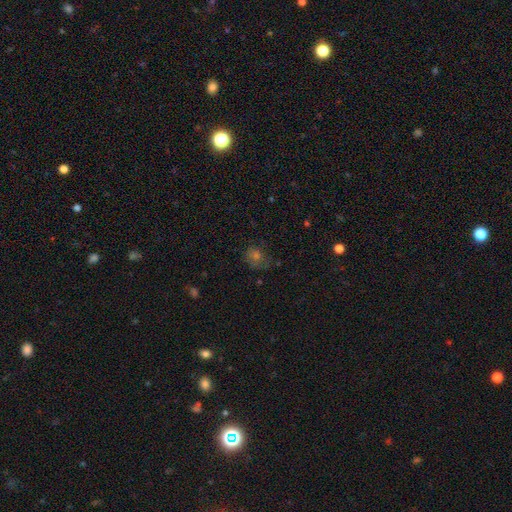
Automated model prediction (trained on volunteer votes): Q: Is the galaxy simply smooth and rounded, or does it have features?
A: smooth — 56%.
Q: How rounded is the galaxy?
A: round — 71%.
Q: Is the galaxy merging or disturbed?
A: none — 63%.